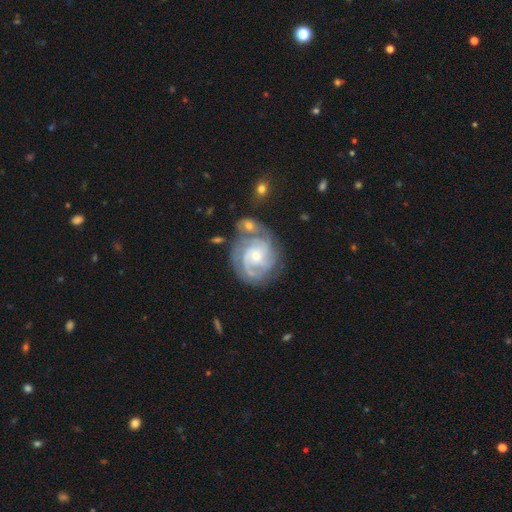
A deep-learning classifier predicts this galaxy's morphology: This appears to be a featured or disk galaxy (87%) with no bar (68%), 3 (37%) tight (63%) spiral arms (97%) and a small central bulge (59%). Merging: none (59%).